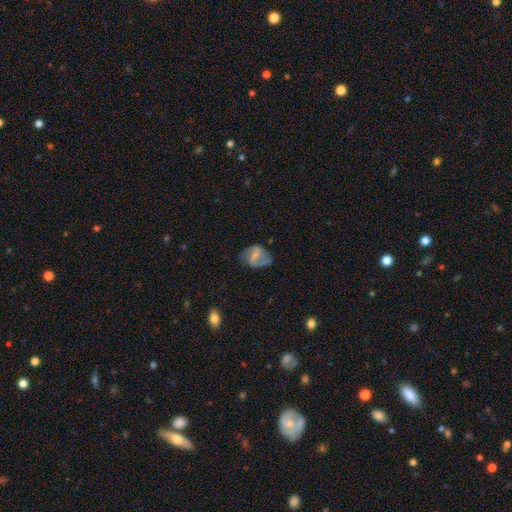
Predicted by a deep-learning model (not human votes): This is likely a featured or disk galaxy (68%). It is clearly not viewed edge-on (97%). Bar: marginally weak (42%). Spiral arm pattern: clearly yes (82%). Spiral arm count: clearly 2 (82%). Spiral winding: possibly medium (45%). Central bulge: marginally none (41%). Merging: possibly none (57%).